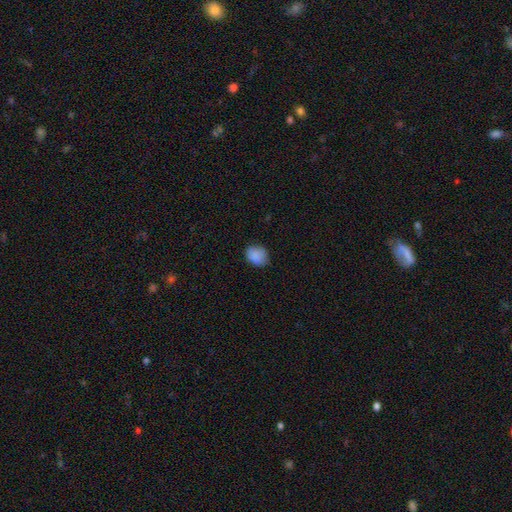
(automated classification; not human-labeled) A smooth galaxy with no disk features (88%) that is round (55%).

Vote fractions:
- Smooth or featured? smooth: 88% / star or artifact: 8% / featured or disk: 4%
- How rounded? round: 55% / in between: 44% / cigar-shaped: 1%
- Merging? none: 77% / minor disturbance: 19% / major disturbance: 3% / merger: 1%